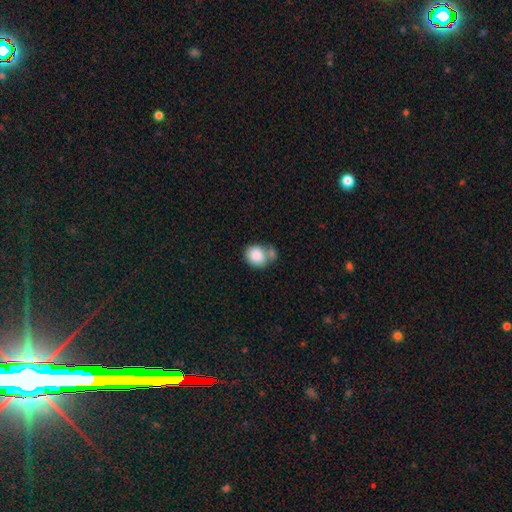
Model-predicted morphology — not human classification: smooth-or-featured: smooth: 85% | star or artifact: 8% | featured or disk: 7%
  how-rounded: round: 68% | in between: 31% | cigar-shaped: 1%
  merging: none: 41% | merger: 33% | minor disturbance: 18% | major disturbance: 8%